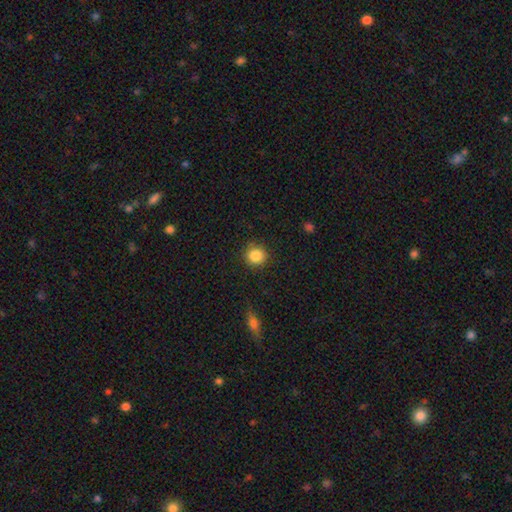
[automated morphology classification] type=smooth (86%); roundness=round (90%); merging=none (88%).